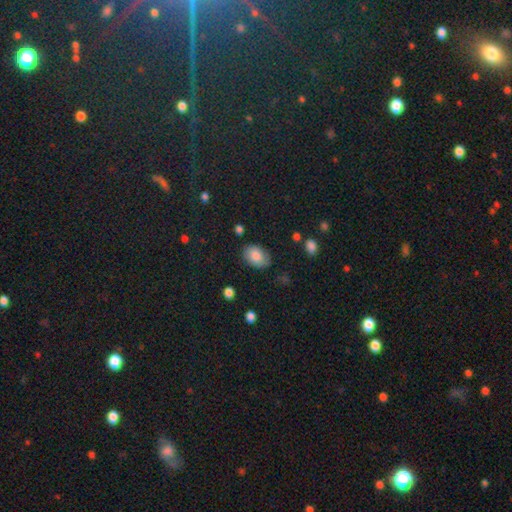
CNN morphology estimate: The model was most divided on "merging": none: 79%, minor disturbance: 16%, major disturbance: 4%, merger: 2%. More confident: how rounded — in between (83%); smooth or featured — smooth (82%).